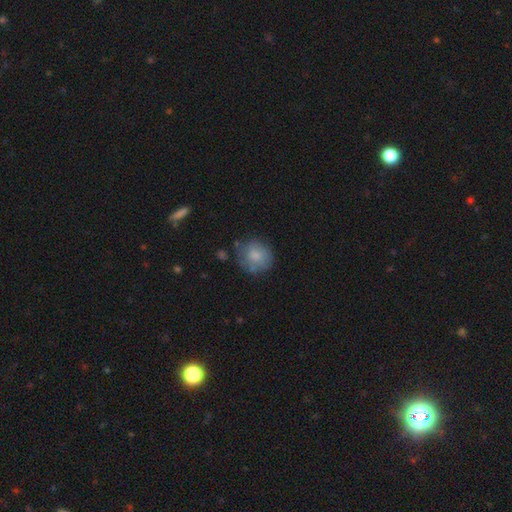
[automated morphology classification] The model was most divided on "merging": none: 68%, minor disturbance: 20%, major disturbance: 7%, merger: 5%. More confident: how rounded — round (83%); smooth or featured — smooth (78%).